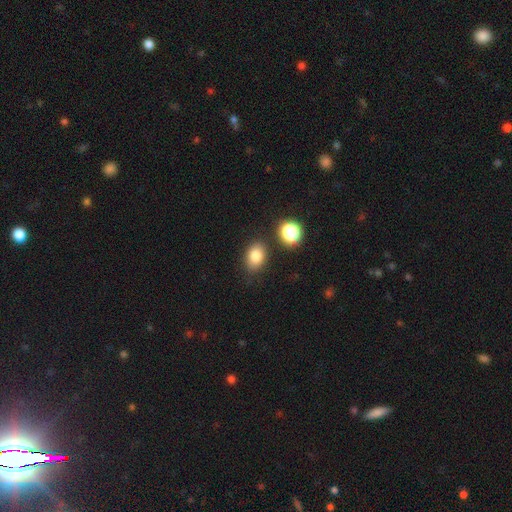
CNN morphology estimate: smooth 81%, star or artifact 11%, featured or disk 8%. Down the decision tree: how rounded — in between (71%); merging — none (82%).